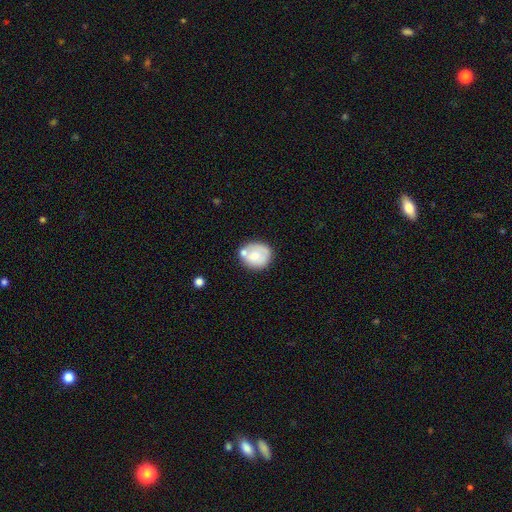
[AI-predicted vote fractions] This is likely a smooth galaxy (65%). How rounded: likely round (70%). Merging: possibly none (55%).